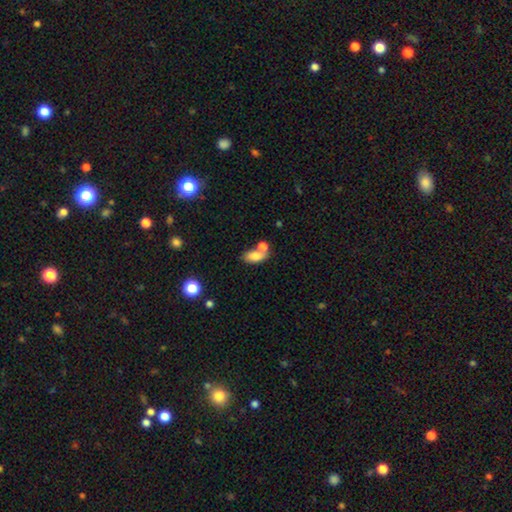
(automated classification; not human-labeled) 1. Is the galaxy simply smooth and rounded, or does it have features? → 80% smooth, 11% featured or disk, 9% star or artifact.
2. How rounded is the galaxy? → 88% in between, 6% round, 6% cigar-shaped.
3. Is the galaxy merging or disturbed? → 45% none, 37% merger, 13% minor disturbance, 5% major disturbance.